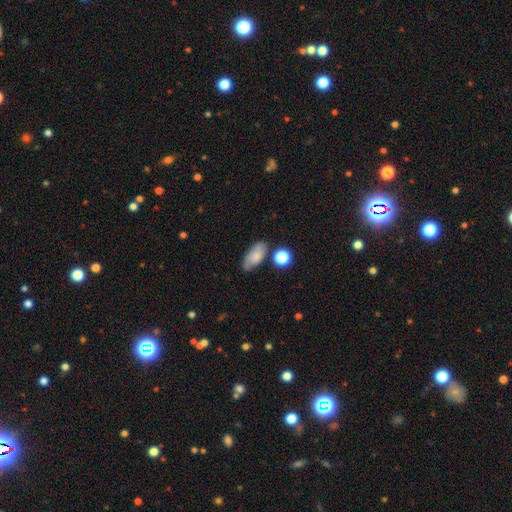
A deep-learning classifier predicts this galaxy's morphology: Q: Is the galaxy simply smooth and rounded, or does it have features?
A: smooth — 69%.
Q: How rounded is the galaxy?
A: in between — 88%.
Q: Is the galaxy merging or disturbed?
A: none — 69%.